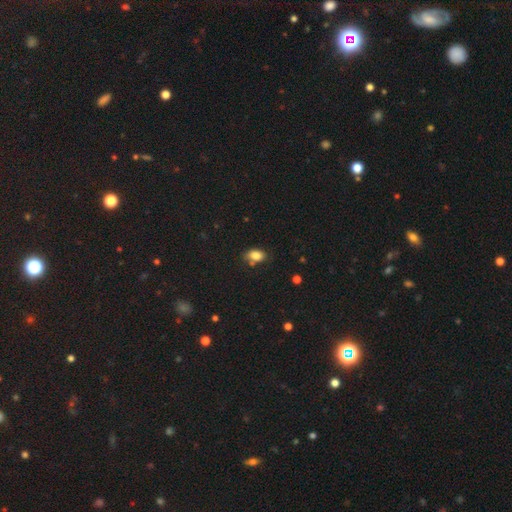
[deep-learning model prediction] Smooth or featured? Predicted: smooth (p=0.83). How rounded? Predicted: in between (p=0.86). Merging? Predicted: none (p=0.68).